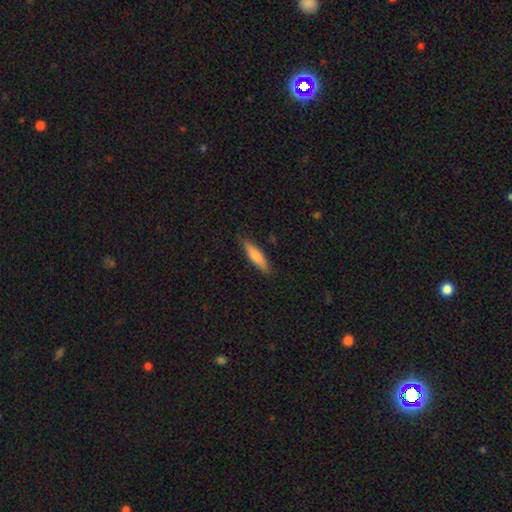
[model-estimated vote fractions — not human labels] Overall: smooth (71%). How rounded: cigar-shaped (74%). Merging: none (86%).